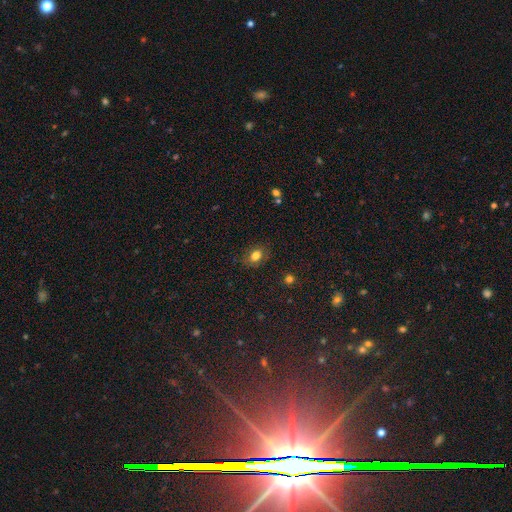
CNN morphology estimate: Smooth or featured? Predicted: smooth (p=0.79). How rounded? Predicted: in between (p=0.72). Merging? Predicted: none (p=0.81).